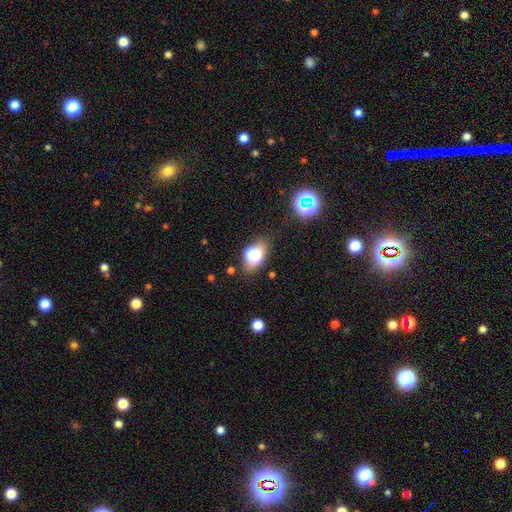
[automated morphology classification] The model was most divided on "smooth or featured": smooth: 67%, star or artifact: 19%, featured or disk: 14%. More confident: merging — none (75%); how rounded — in between (75%).